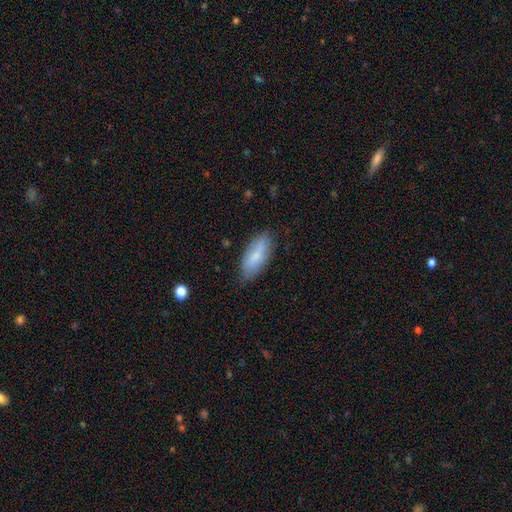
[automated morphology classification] smooth 74%, featured or disk 20%, star or artifact 6%. Down the decision tree: how rounded — in between (76%); merging — none (77%).